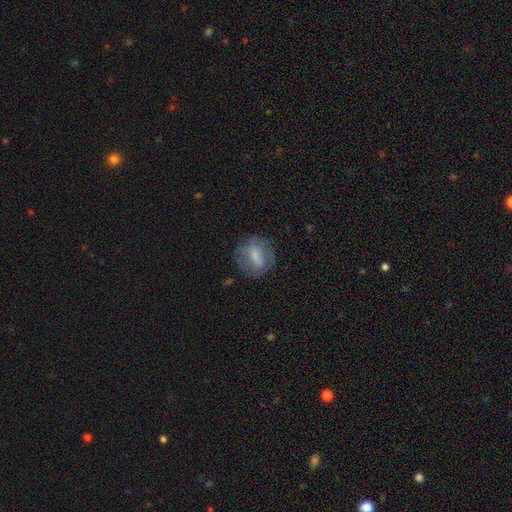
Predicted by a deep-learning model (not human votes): smooth-or-featured: smooth: 50% | featured or disk: 41% | star or artifact: 9%
  how-rounded: round: 58% | in between: 38% | cigar-shaped: 4%
  merging: none: 66% | minor disturbance: 19% | major disturbance: 13% | merger: 2%